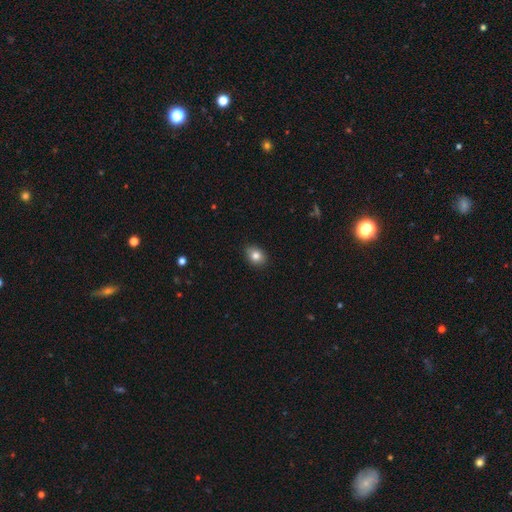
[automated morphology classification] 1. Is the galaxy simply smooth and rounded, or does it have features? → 83% smooth, 10% star or artifact, 8% featured or disk.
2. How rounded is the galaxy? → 62% in between, 37% round, 1% cigar-shaped.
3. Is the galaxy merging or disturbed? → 89% none, 8% minor disturbance, 2% major disturbance, 1% merger.